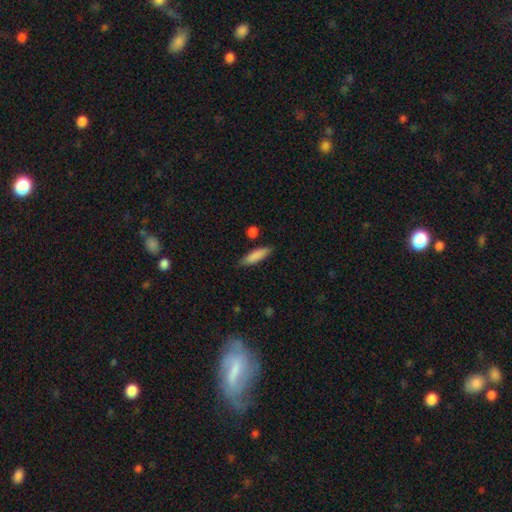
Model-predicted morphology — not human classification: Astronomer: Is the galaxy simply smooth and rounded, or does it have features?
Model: smooth — 84%.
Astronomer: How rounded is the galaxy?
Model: cigar-shaped — 64%.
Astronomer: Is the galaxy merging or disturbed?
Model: none — 81%.